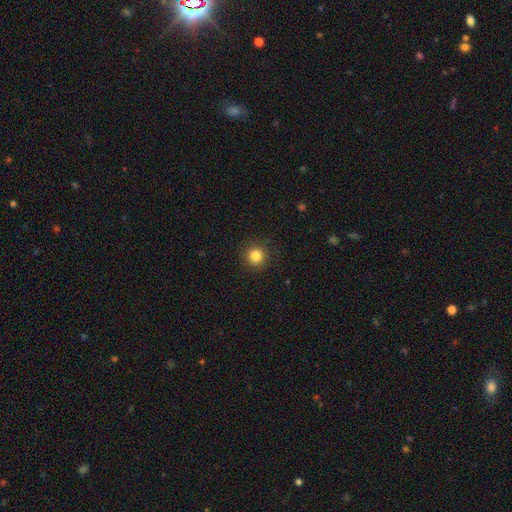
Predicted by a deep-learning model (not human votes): The model was most divided on "smooth or featured": smooth: 84%, star or artifact: 12%, featured or disk: 5%. More confident: how rounded — round (95%); merging — none (91%).